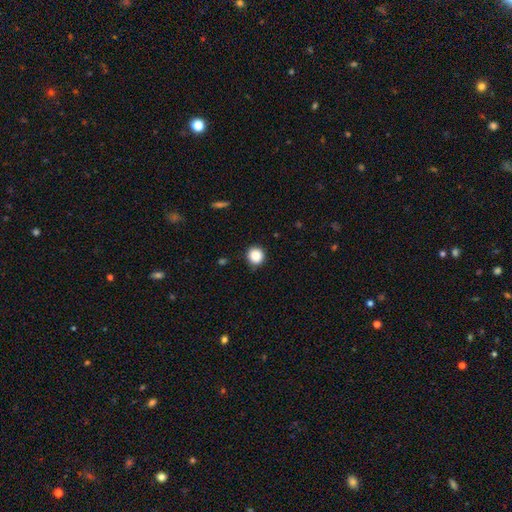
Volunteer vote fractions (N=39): Volunteers were most divided on "merging": none: 81%, minor disturbance: 17%, major disturbance: 3%, merger: 0%. More confident: how rounded — round (94%); smooth or featured — smooth (92%).